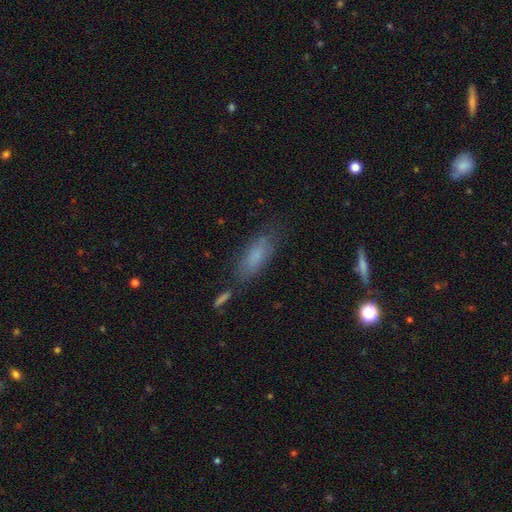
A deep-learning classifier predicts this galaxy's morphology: smooth 74%, featured or disk 17%, star or artifact 10%. Down the decision tree: how rounded — in between (65%); merging — none (70%).